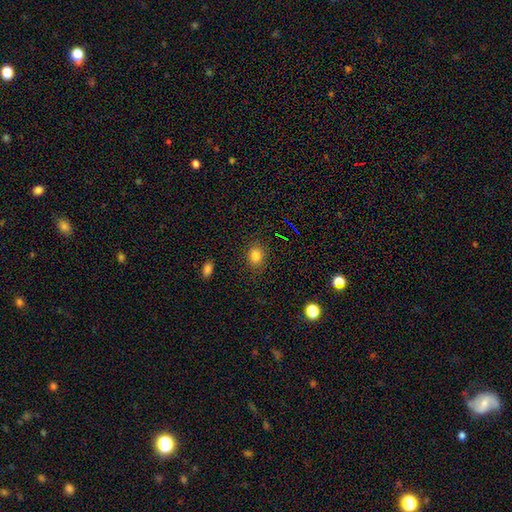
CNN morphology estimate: A smooth galaxy with no disk features (81%) that is in between round and cigar-shaped (53%). Merging: none (84%).